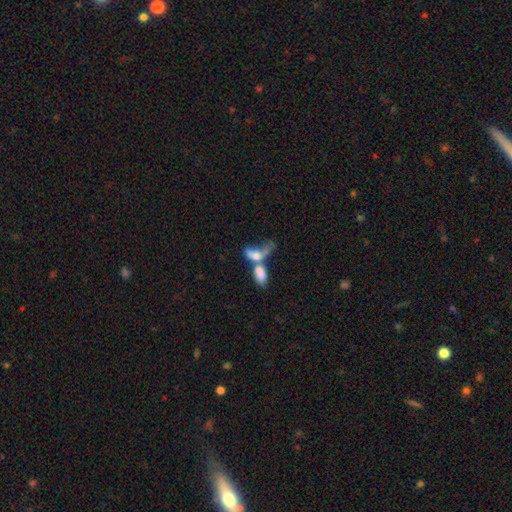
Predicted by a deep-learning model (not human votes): This appears to be a smooth galaxy with no disk features (64%) that is in between round and cigar-shaped (79%). Merging: merger (72%).